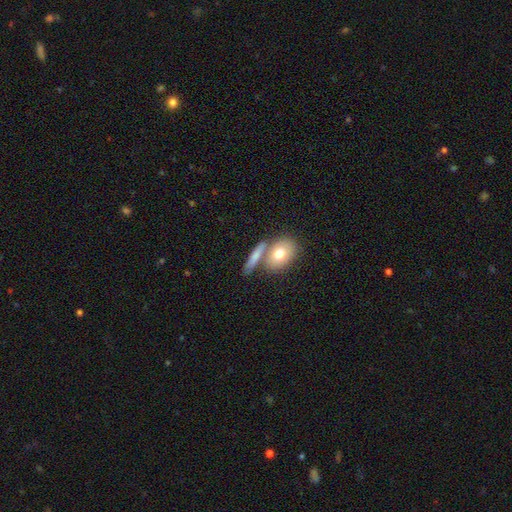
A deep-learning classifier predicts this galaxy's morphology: The model was most divided on "how rounded": in between: 45%, cigar-shaped: 33%, round: 23%. More confident: smooth or featured — smooth (71%); merging — none (57%).